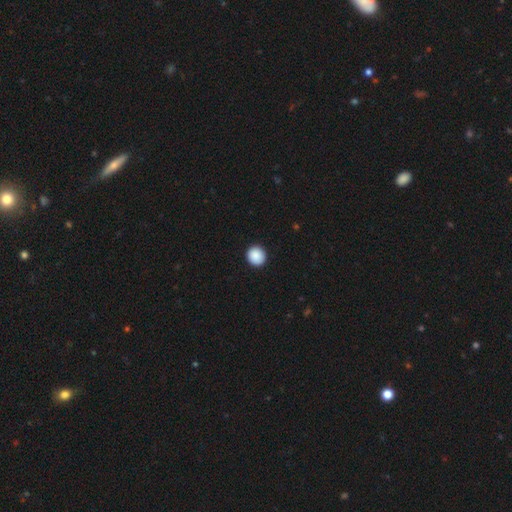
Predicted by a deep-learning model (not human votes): Q: Smooth or featured?
A: smooth (90%); runner-up: star or artifact (8%)
Q: How rounded?
A: round (91%); runner-up: in between (8%)
Q: Merging?
A: none (93%); runner-up: minor disturbance (5%)